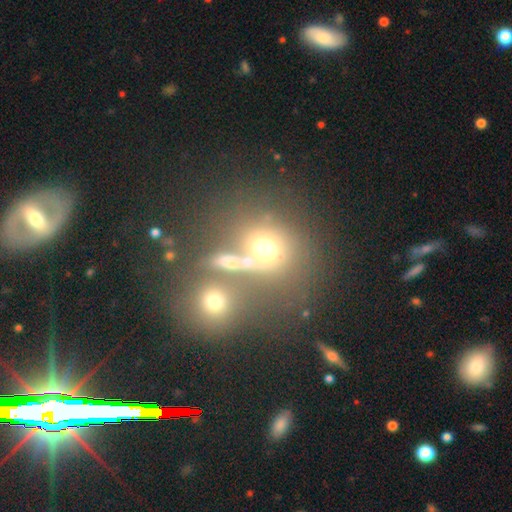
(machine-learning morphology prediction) A smooth galaxy with no disk features (47%).

Vote fractions:
- Smooth or featured? smooth: 47% / star or artifact: 31% / featured or disk: 22%
- Merging? merger: 47% / none: 38% / minor disturbance: 9% / major disturbance: 6%